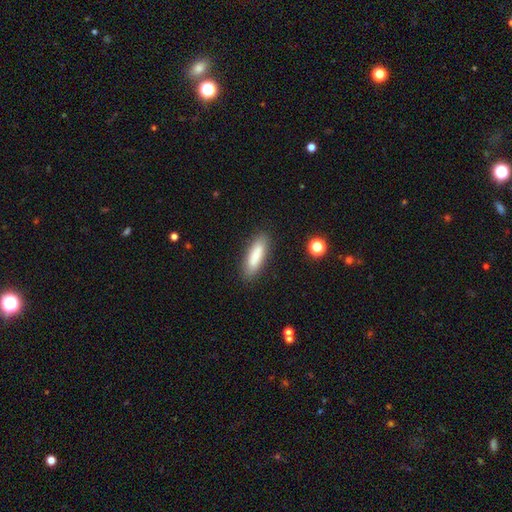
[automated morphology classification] Smooth or featured? smooth (77%)
How rounded? cigar-shaped (49%, tied with in between)
Merging? none (85%)